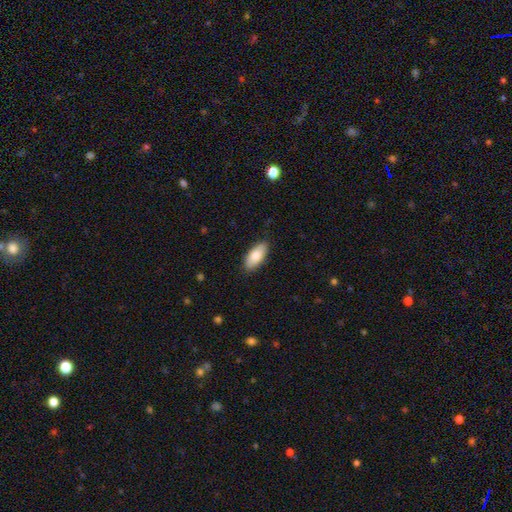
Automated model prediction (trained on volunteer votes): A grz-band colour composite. It shows a smooth galaxy with no disk features (83%) that is in between round and cigar-shaped (84%). Merging: none (88%).